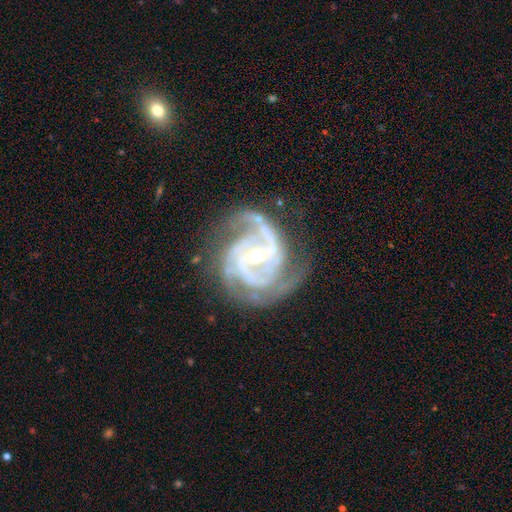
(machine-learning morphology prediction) A featured or disk galaxy (92%) with no bar (49%), 3 (47%) tight (53%) spiral arms (98%) and a moderate central bulge (61%).

Vote fractions:
- Smooth or featured? featured or disk: 92% / star or artifact: 5% / smooth: 3%
- Edge-on disk? no: 98% / yes: 2%
- Bar? no: 49% / weak: 34% / strong: 17%
- Spiral arms? yes: 98% / no: 2%
- Spiral winding? tight: 53% / medium: 41% / loose: 7%
- Spiral arm count? 3: 47% / 2: 25% / can't tell: 9% / 4: 9% / 1: 5% / more than 4: 5%
- Bulge size? moderate: 61% / small: 35% / large: 3% / none: 1% / dominant: 1%
- Merging? none: 65% / minor disturbance: 21% / major disturbance: 13% / merger: 2%